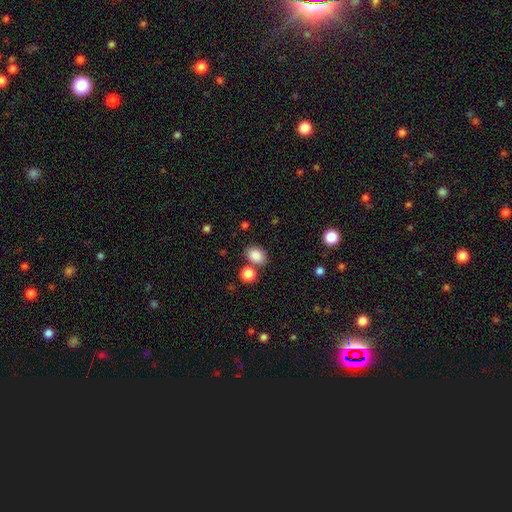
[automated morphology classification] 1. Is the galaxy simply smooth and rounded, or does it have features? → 86% smooth, 10% star or artifact, 4% featured or disk.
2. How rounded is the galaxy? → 66% in between, 33% round, 1% cigar-shaped.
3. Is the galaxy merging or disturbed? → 72% none, 14% merger, 11% minor disturbance, 3% major disturbance.